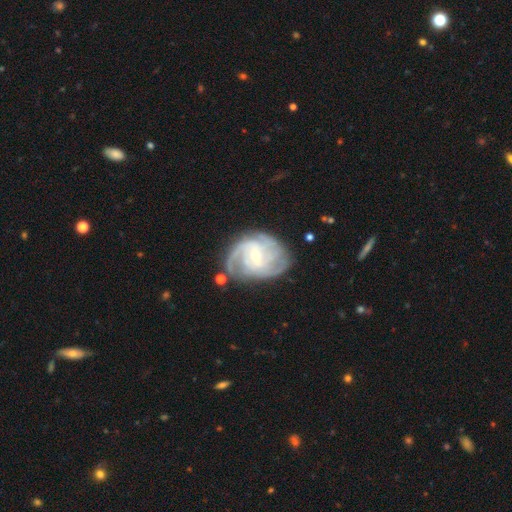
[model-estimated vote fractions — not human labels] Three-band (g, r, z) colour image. It shows a featured or disk galaxy (88%) with a weak bar (55%), 3 (30%) tight (53%) spiral arms (97%) and a small central bulge (54%). Merging: none (66%).